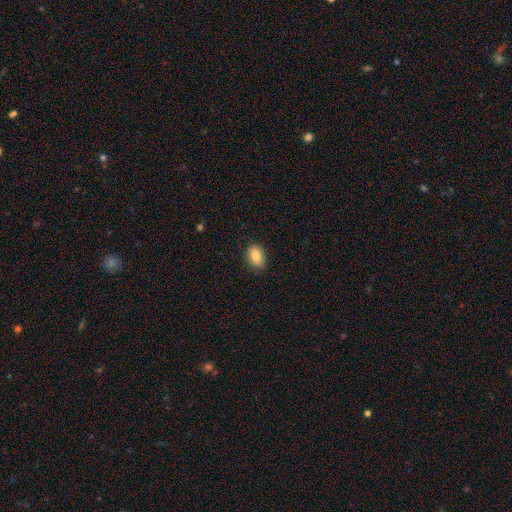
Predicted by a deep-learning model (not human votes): Morphology: type=smooth (83%); roundness=in between (85%); merging=none (83%).